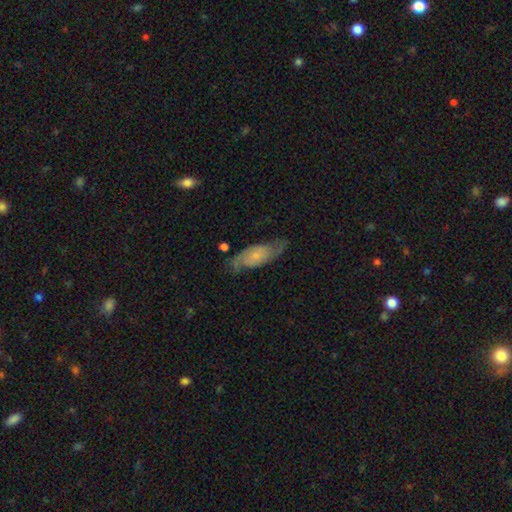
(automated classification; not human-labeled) Smooth or featured? Predicted: featured or disk (p=0.63). Edge-on disk? Predicted: no (p=0.90). Bar? Predicted: no (p=0.72). Spiral arms? Predicted: yes (p=0.90). Spiral winding? Predicted: medium (p=0.44). Spiral arm count? Predicted: 2 (p=0.84). Bulge size? Predicted: small (p=0.65). Merging? Predicted: none (p=0.69).